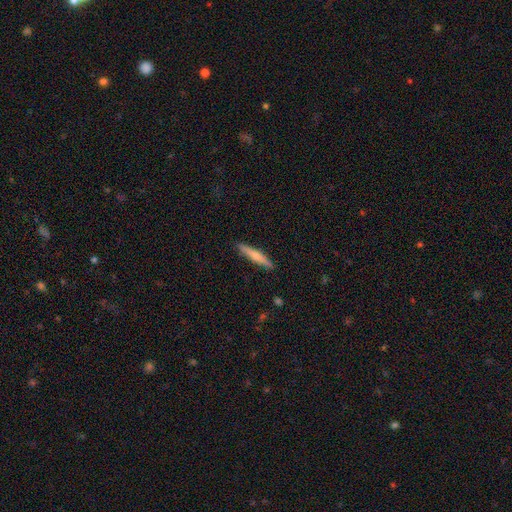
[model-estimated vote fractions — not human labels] smooth_or_featured: smooth (p=0.65) [alt: featured or disk p=0.30]
how_rounded: cigar-shaped (p=0.93) [alt: in between p=0.06]
merging: none (p=0.90) [alt: minor disturbance p=0.07]